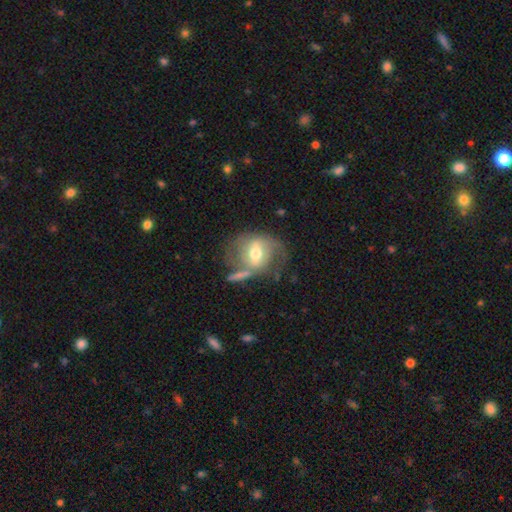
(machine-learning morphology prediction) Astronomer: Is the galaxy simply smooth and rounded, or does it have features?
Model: featured or disk — 63%.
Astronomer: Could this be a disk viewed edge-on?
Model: no — 93%.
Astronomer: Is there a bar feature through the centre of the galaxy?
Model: weak — 42% (runner-up: strong, 39%).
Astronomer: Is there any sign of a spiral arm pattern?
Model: yes — 65%.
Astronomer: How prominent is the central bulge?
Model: moderate — 68%.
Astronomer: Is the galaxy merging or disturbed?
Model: none — 45%.